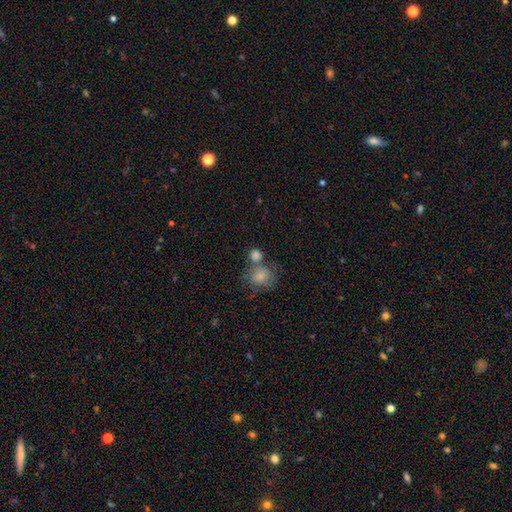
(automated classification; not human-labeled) smooth_or_featured: smooth (p=0.81) [alt: featured or disk p=0.10]
how_rounded: round (p=0.80) [alt: in between p=0.19]
merging: none (p=0.43) [alt: merger p=0.42]